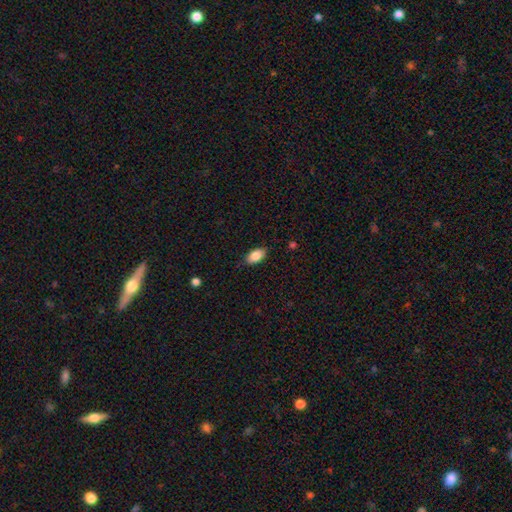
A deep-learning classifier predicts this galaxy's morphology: smooth 86%, star or artifact 7%, featured or disk 7%. Down the decision tree: how rounded — in between (92%); merging — none (83%).